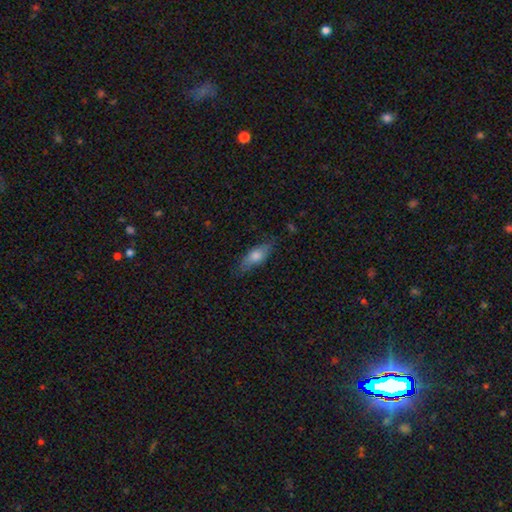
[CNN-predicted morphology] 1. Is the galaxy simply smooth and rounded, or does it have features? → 66% smooth, 28% featured or disk, 7% star or artifact.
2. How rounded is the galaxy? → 62% in between, 35% cigar-shaped, 3% round.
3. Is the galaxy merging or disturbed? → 77% none, 18% minor disturbance, 4% major disturbance, 1% merger.